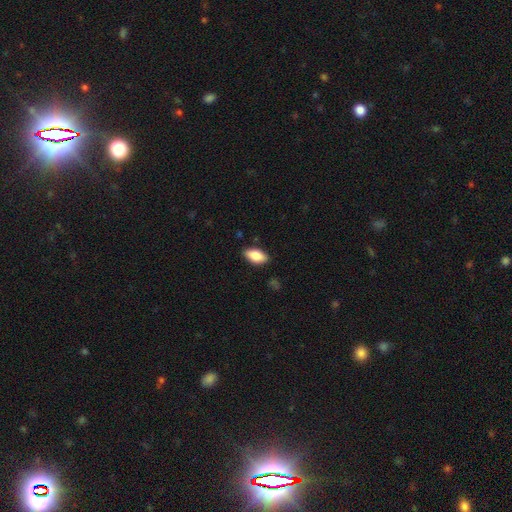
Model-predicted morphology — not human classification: The model was most divided on "merging": none: 86%, minor disturbance: 11%, major disturbance: 2%, merger: 1%. More confident: how rounded — in between (91%); smooth or featured — smooth (85%).